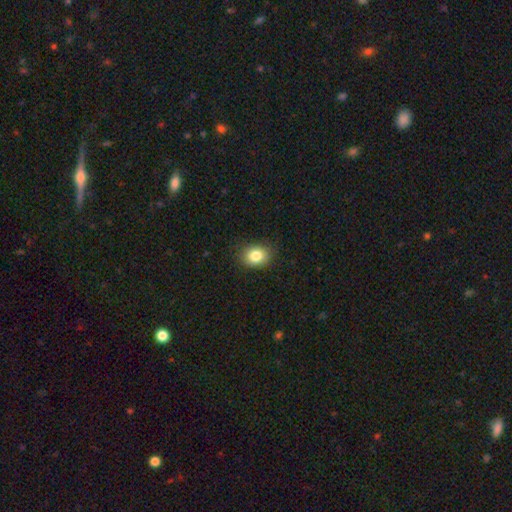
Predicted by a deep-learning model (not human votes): Morphology: type=smooth (83%); roundness=in between (52%); merging=none (87%).